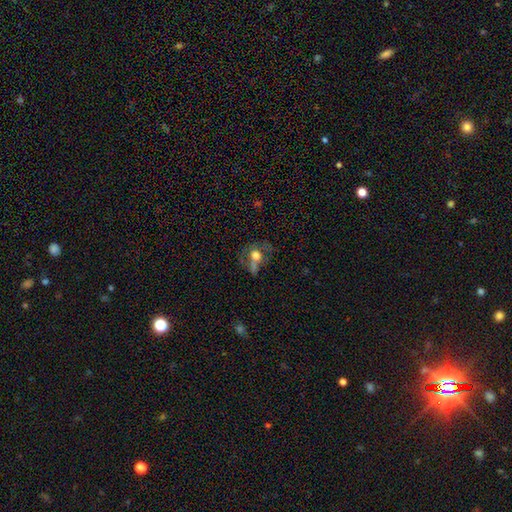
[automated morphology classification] Smooth or featured?
  - smooth: 54% *
  - featured or disk: 30%
  - star or artifact: 16%
How rounded?
  - round: 57% *
  - in between: 40%
  - cigar-shaped: 3%
Merging?
  - none: 37% *
  - major disturbance: 26%
  - minor disturbance: 19%
  - merger: 18%